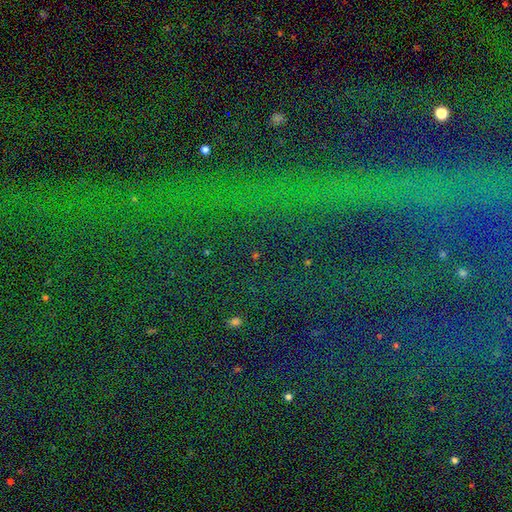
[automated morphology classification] Smooth or featured? star or artifact (75%)